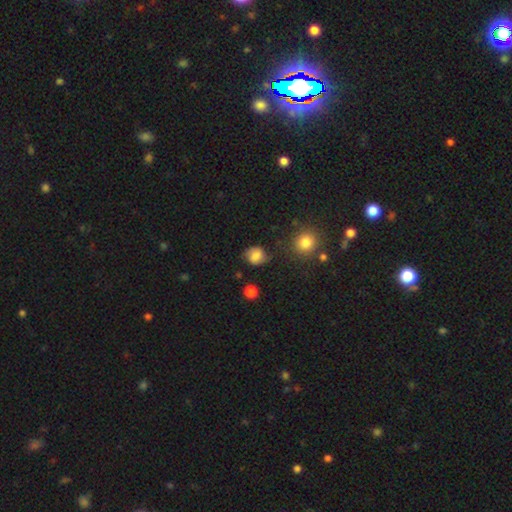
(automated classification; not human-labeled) smooth_or_featured: smooth (p=0.61) [alt: featured or disk p=0.29]
how_rounded: round (p=0.71) [alt: in between p=0.28]
merging: none (p=0.74) [alt: minor disturbance p=0.18]